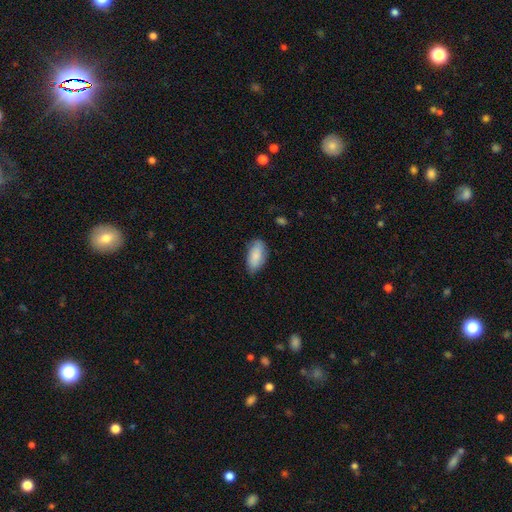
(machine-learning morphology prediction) smooth_or_featured: smooth (p=0.85) [alt: featured or disk p=0.09]
how_rounded: in between (p=0.92) [alt: cigar-shaped p=0.06]
merging: none (p=0.74) [alt: minor disturbance p=0.21]